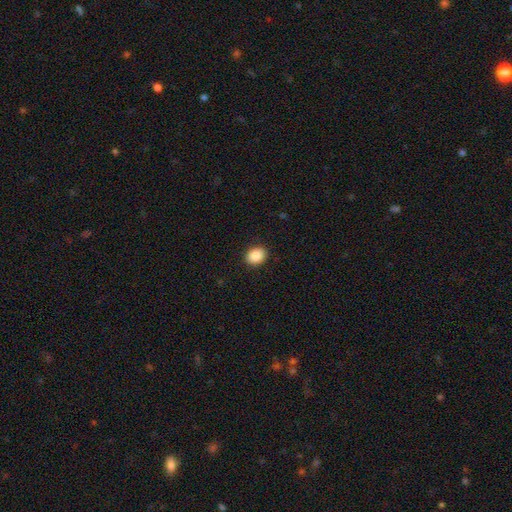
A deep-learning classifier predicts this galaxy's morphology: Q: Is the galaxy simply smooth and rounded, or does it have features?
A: smooth — 88%.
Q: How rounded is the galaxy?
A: in between — 53%.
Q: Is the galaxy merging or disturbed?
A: none — 90%.